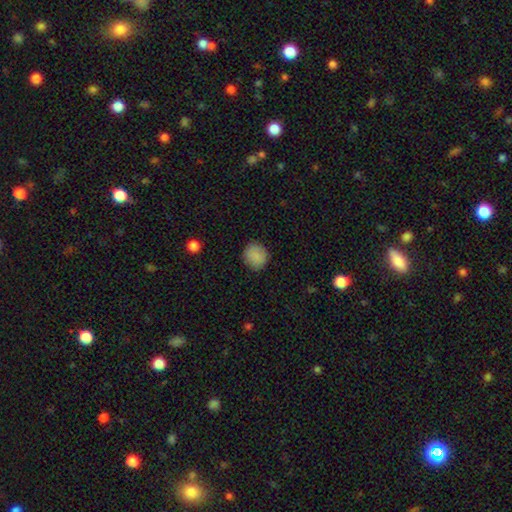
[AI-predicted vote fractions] Smooth or featured?
  - smooth: 88% *
  - star or artifact: 9%
  - featured or disk: 4%
How rounded?
  - round: 87% *
  - in between: 12%
  - cigar-shaped: 1%
Merging?
  - none: 87% *
  - minor disturbance: 9%
  - major disturbance: 2%
  - merger: 1%